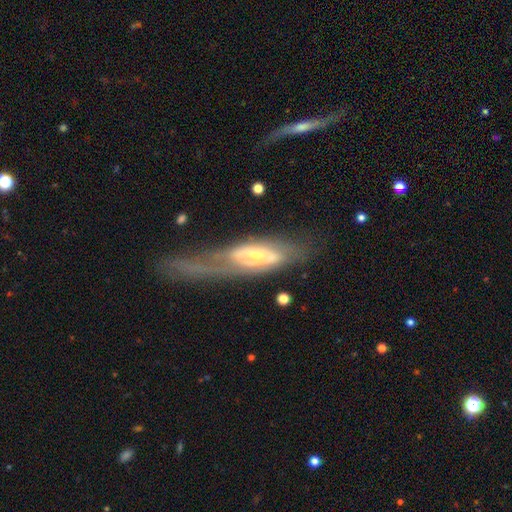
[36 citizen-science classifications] Volunteers were most divided on "spiral winding": tight: 37%, medium: 32%, loose: 32%. Remaining: edge-on disk — no (89%); smooth or featured — featured or disk (78%); spiral arms — yes (76%); bulge size — moderate (76%); bar — no (60%); merging — major disturbance (50%); spiral arm count — can't tell (37%).